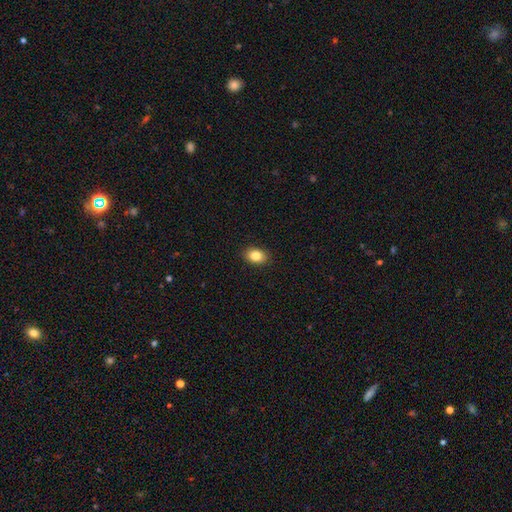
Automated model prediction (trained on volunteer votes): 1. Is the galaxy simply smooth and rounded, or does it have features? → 84% smooth, 9% star or artifact, 8% featured or disk.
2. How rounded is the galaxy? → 79% in between, 20% round, 1% cigar-shaped.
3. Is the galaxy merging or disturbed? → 89% none, 8% minor disturbance, 2% major disturbance, 1% merger.